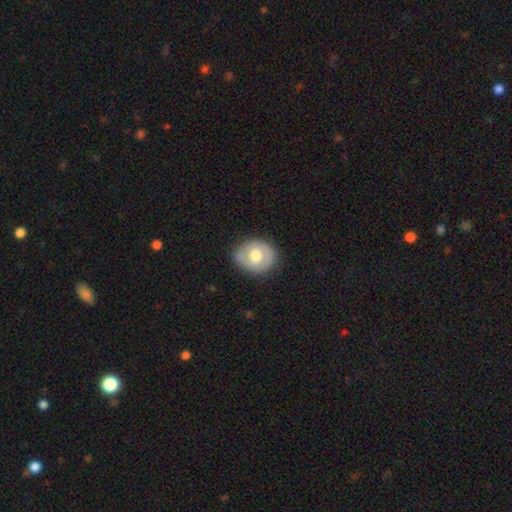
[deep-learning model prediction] Smooth or featured? Predicted: smooth (p=0.56). How rounded? Predicted: round (p=0.61). Merging? Predicted: none (p=0.80).